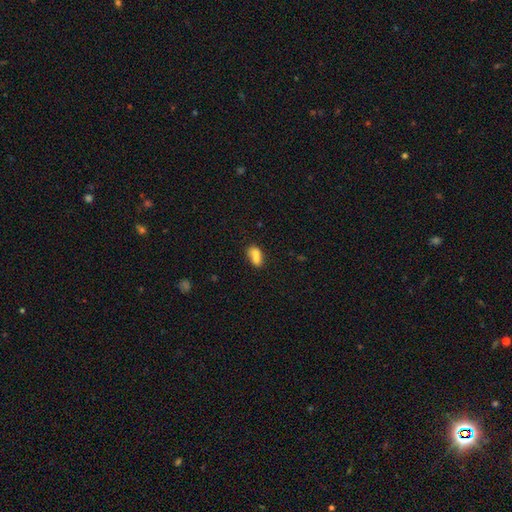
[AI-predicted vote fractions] A smooth galaxy with no disk features (71%) that is in between round and cigar-shaped (72%). Merging: merger (56%).